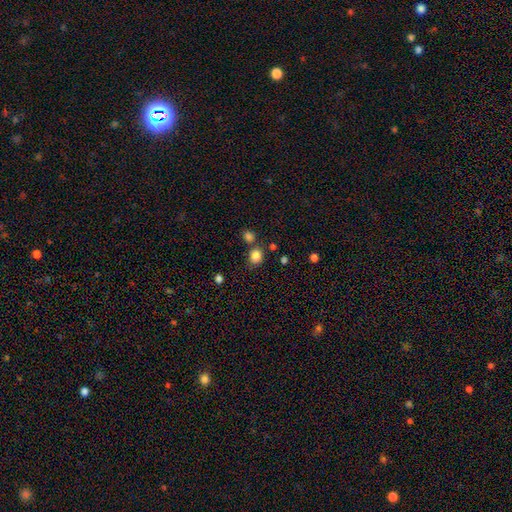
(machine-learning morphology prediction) smooth 84%, star or artifact 11%, featured or disk 4%. Down the decision tree: how rounded — round (71%); merging — none (69%).